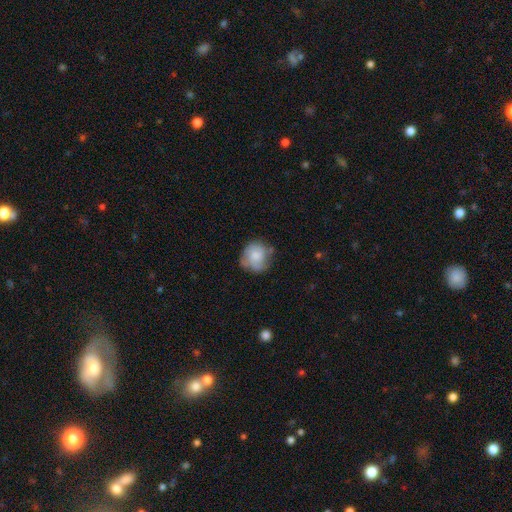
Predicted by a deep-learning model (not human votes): Smooth or featured? Predicted: smooth (p=0.55). How rounded? Predicted: round (p=0.79). Merging? Predicted: none (p=0.61).